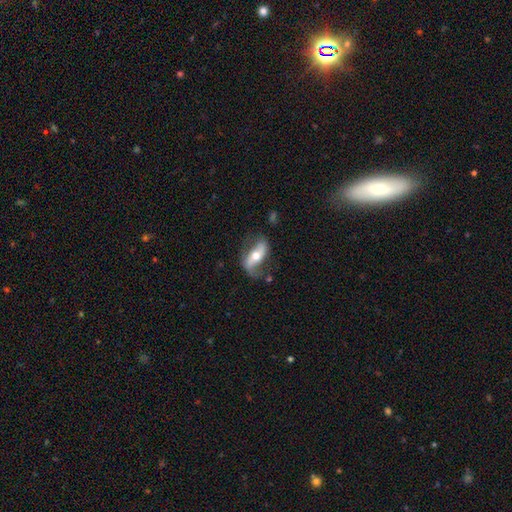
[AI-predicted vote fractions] This appears to be a featured or disk galaxy (69%) with no bar (41%), spiral arms (83%) and a moderate central bulge (71%). Merging: none (62%).